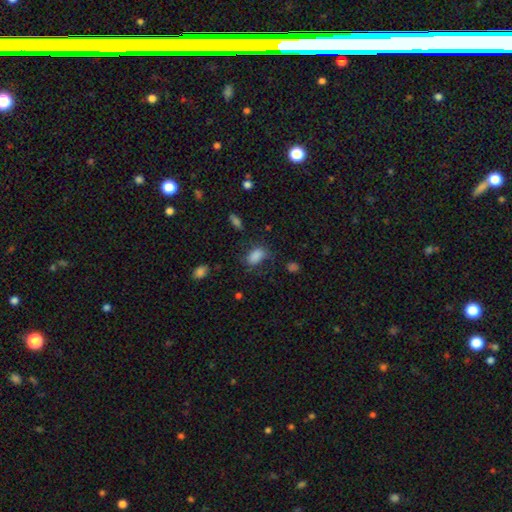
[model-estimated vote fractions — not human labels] smooth 83%, star or artifact 9%, featured or disk 8%. Down the decision tree: how rounded — in between (87%); merging — none (56%).